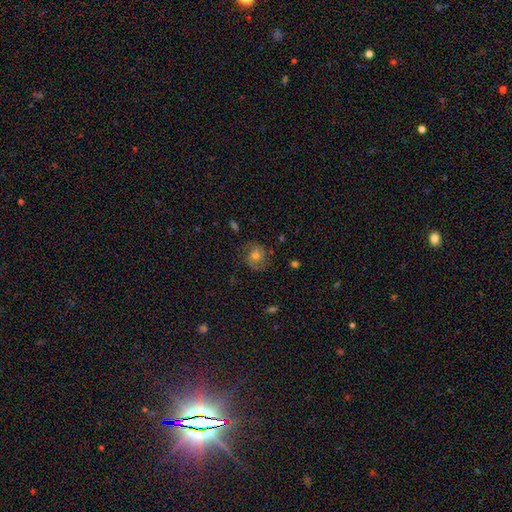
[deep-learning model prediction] The model was most divided on "smooth or featured": smooth: 50%, featured or disk: 38%, star or artifact: 11%. More confident: how rounded — round (73%); merging — none (72%).